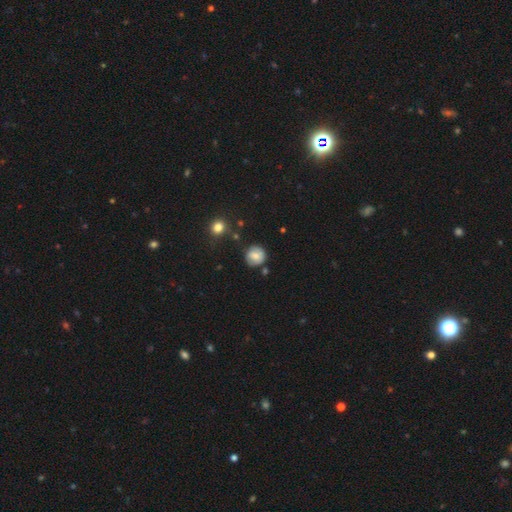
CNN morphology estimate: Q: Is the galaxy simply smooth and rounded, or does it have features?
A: smooth — 72%.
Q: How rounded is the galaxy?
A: round — 91%.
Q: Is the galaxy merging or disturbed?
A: none — 80%.